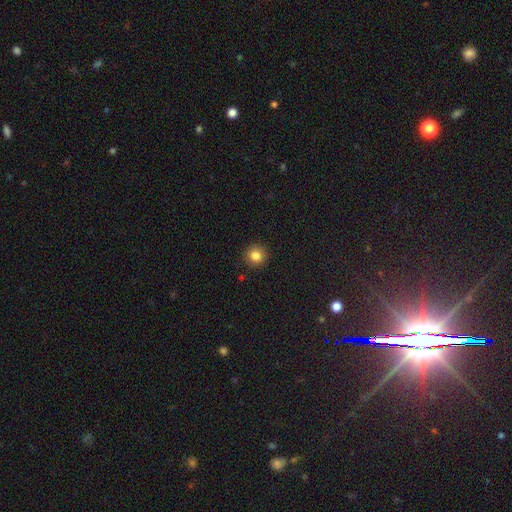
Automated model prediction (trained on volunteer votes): This is clearly a smooth galaxy (83%). How rounded: clearly round (91%). Merging: clearly none (91%).